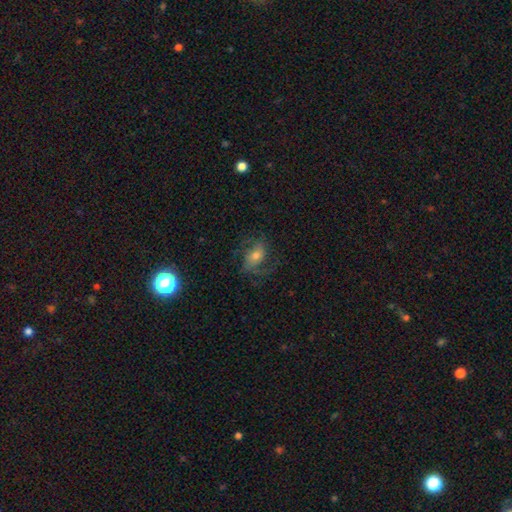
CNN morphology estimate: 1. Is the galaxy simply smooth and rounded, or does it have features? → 62% featured or disk, 27% smooth, 11% star or artifact.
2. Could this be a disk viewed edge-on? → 95% no, 5% yes.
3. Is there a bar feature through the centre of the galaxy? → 52% no, 33% weak, 16% strong.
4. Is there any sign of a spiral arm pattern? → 88% yes, 12% no.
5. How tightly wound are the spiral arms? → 45% medium, 39% loose, 15% tight.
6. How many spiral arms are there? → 74% 2, 10% can't tell, 8% 1, 5% 3, 2% 4, 2% more than 4.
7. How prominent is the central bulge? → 54% moderate, 33% small, 9% large, 2% none, 2% dominant.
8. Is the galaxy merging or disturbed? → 63% none, 18% minor disturbance, 18% major disturbance, 2% merger.